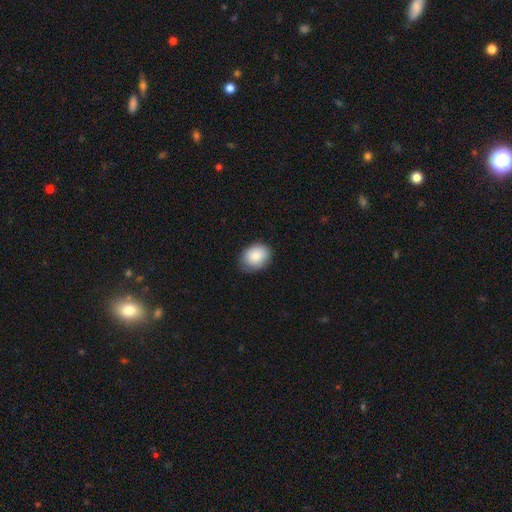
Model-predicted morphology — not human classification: smooth_or_featured: smooth (p=0.88) [alt: star or artifact p=0.07]
how_rounded: in between (p=0.59) [alt: round p=0.40]
merging: none (p=0.80) [alt: minor disturbance p=0.16]